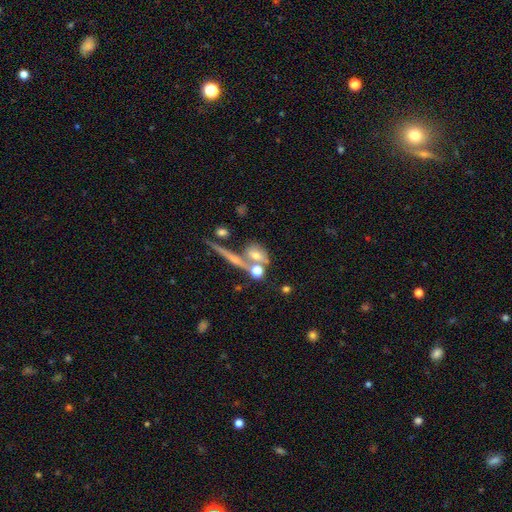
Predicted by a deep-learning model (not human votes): Smooth or featured? Predicted: smooth (p=0.51). How rounded? Predicted: in between (p=0.44). Merging? Predicted: none (p=0.43).